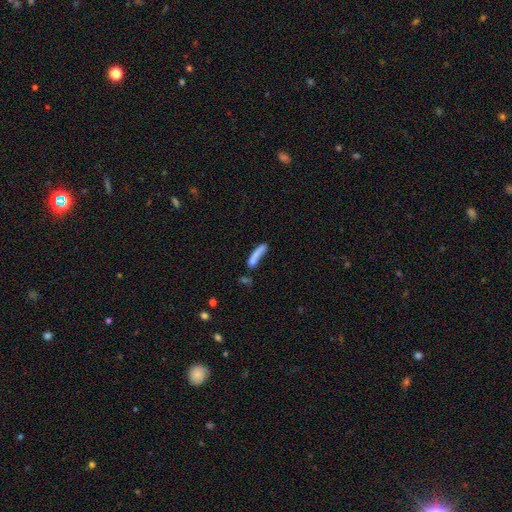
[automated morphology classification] A smooth galaxy with no disk features (73%) that is cigar-shaped (82%). Merging: none (44%).